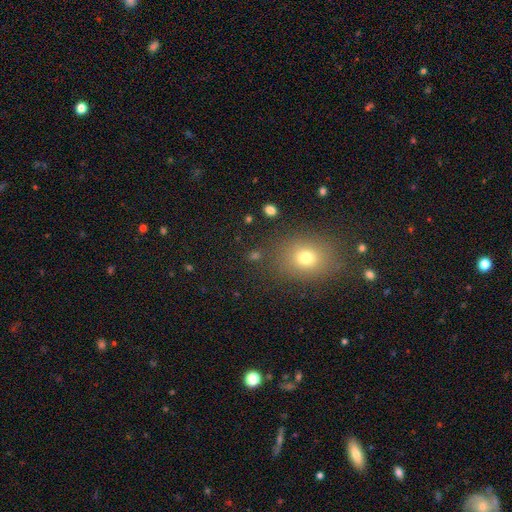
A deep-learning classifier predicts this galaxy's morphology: Smooth or featured?
  - smooth: 63% *
  - star or artifact: 28%
  - featured or disk: 10%
How rounded?
  - round: 55% *
  - in between: 43%
  - cigar-shaped: 2%
Merging?
  - none: 83% *
  - minor disturbance: 10%
  - major disturbance: 4%
  - merger: 4%